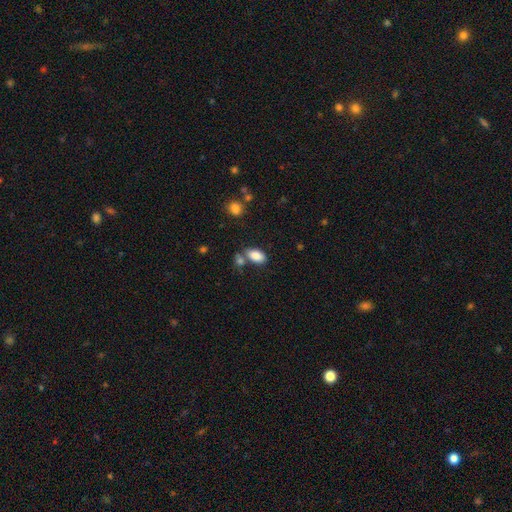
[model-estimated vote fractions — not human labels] Smooth or featured? Predicted: smooth (p=0.86). How rounded? Predicted: in between (p=0.93). Merging? Predicted: none (p=0.62).